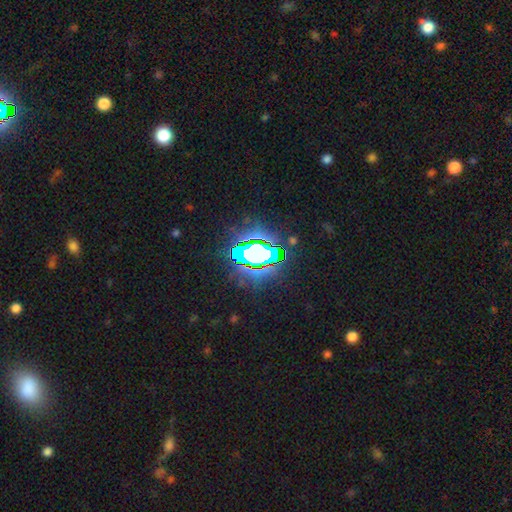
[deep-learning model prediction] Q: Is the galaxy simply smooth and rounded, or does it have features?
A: star or artifact — 76%.